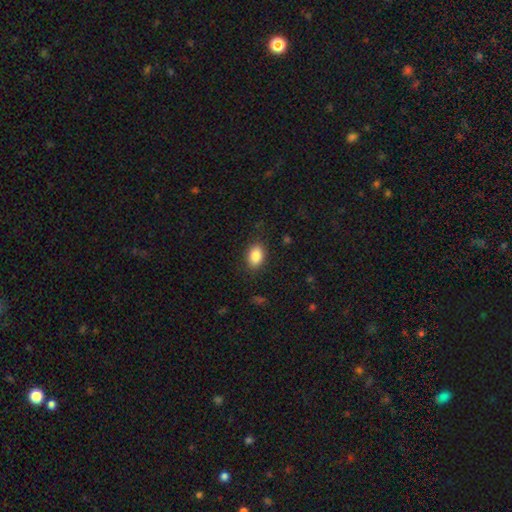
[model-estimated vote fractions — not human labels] Smooth or featured?
  - smooth: 87% *
  - star or artifact: 8%
  - featured or disk: 5%
How rounded?
  - in between: 85% *
  - round: 13%
  - cigar-shaped: 2%
Merging?
  - none: 85% *
  - minor disturbance: 11%
  - major disturbance: 3%
  - merger: 1%